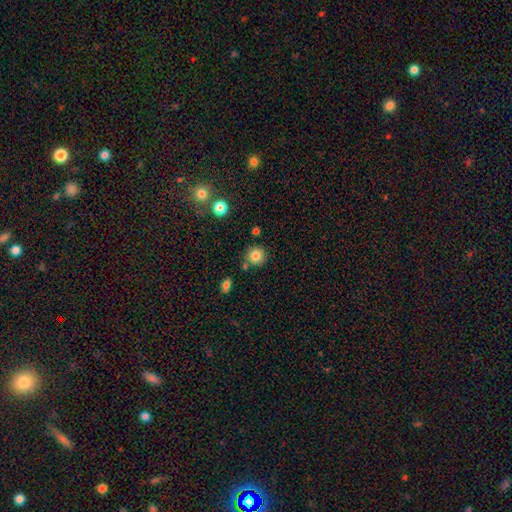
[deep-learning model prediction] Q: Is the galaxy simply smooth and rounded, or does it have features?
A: smooth — 82%.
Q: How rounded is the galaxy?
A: round — 93%.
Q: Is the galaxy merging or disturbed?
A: none — 81%.